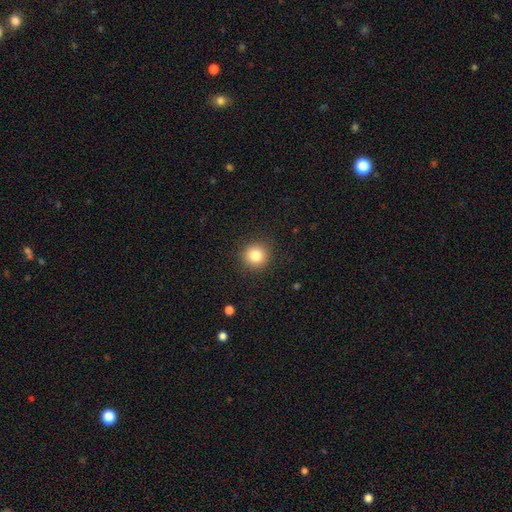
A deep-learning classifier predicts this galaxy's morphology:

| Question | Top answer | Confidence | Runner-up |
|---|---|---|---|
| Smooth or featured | smooth | 83% | star or artifact (11%) |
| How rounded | round | 93% | in between (6%) |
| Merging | none | 91% | minor disturbance (6%) |